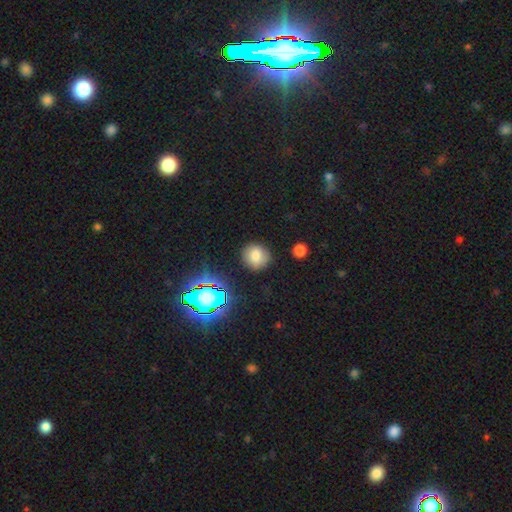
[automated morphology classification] A smooth galaxy with no disk features (76%) that is round (83%).

Vote fractions:
- Smooth or featured? smooth: 76% / star or artifact: 15% / featured or disk: 9%
- How rounded? round: 83% / in between: 16% / cigar-shaped: 1%
- Merging? none: 83% / minor disturbance: 11% / major disturbance: 3% / merger: 2%